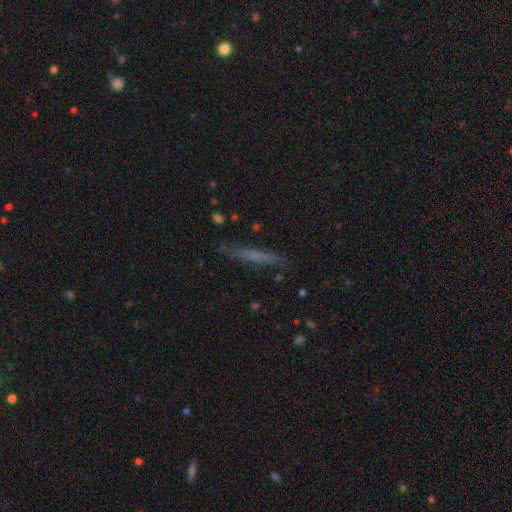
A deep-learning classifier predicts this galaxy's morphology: A smooth galaxy with no disk features (51%) that is cigar-shaped (93%). Merging: none (80%).